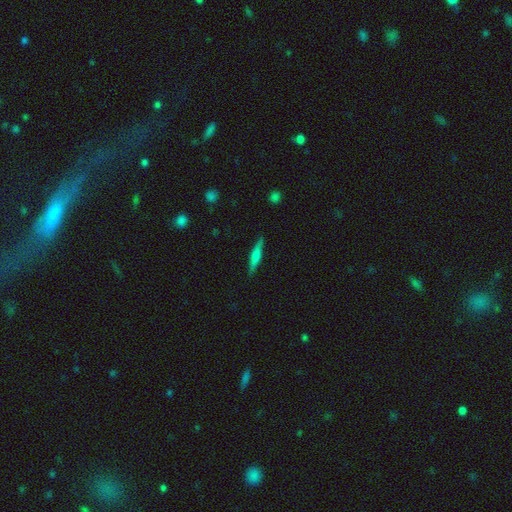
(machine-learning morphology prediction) Smooth or featured?
  - smooth: 50% *
  - featured or disk: 43%
  - star or artifact: 7%
How rounded?
  - cigar-shaped: 91% *
  - in between: 7%
  - round: 2%
Merging?
  - none: 89% *
  - minor disturbance: 8%
  - major disturbance: 2%
  - merger: 1%